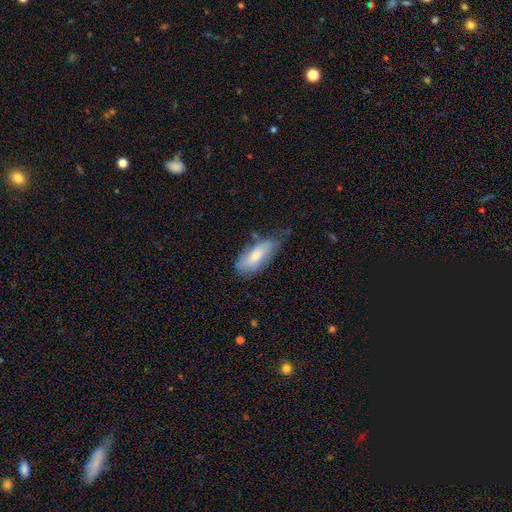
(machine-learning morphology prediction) smooth 70%, featured or disk 24%, star or artifact 6%. Down the decision tree: how rounded — in between (79%); merging — none (47%).